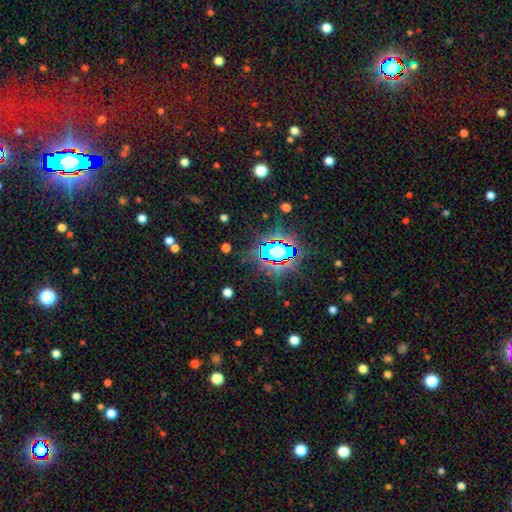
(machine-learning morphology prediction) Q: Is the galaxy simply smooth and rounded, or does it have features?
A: star or artifact — 80%.